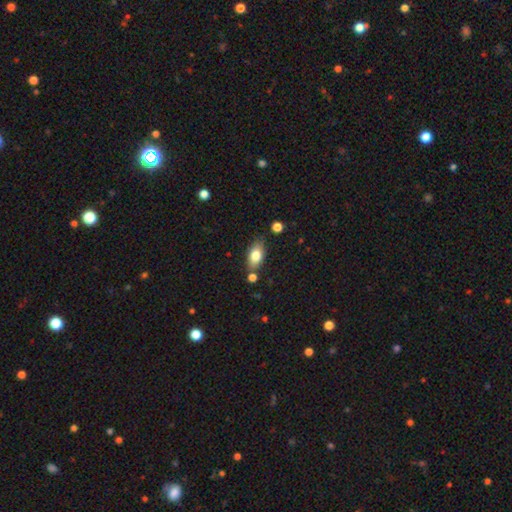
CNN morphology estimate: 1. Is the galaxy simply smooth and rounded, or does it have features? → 78% smooth, 15% featured or disk, 8% star or artifact.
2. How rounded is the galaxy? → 88% in between, 7% round, 5% cigar-shaped.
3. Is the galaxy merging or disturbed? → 74% none, 15% minor disturbance, 8% merger, 3% major disturbance.